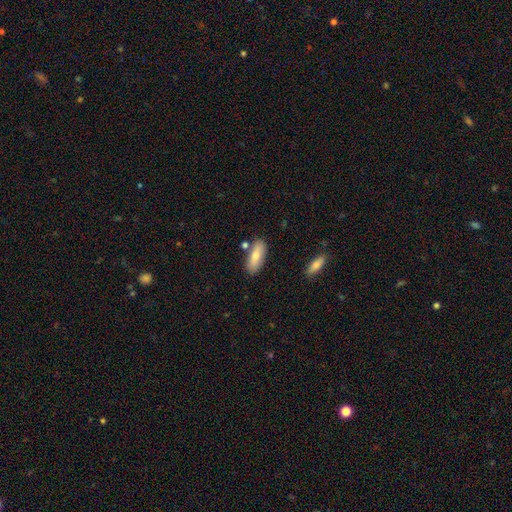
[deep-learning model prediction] A smooth galaxy with no disk features (75%) that is in between round and cigar-shaped (75%). Merging: none (77%).